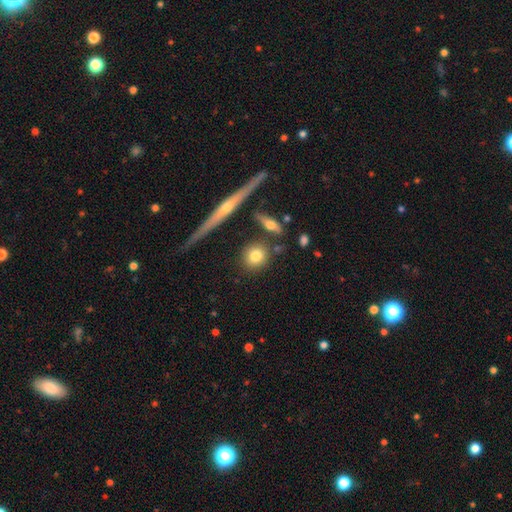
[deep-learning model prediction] smooth-or-featured: smooth: 79% | featured or disk: 13% | star or artifact: 8%
  how-rounded: round: 82% | in between: 13% | cigar-shaped: 4%
  merging: none: 80% | minor disturbance: 9% | merger: 8% | major disturbance: 3%